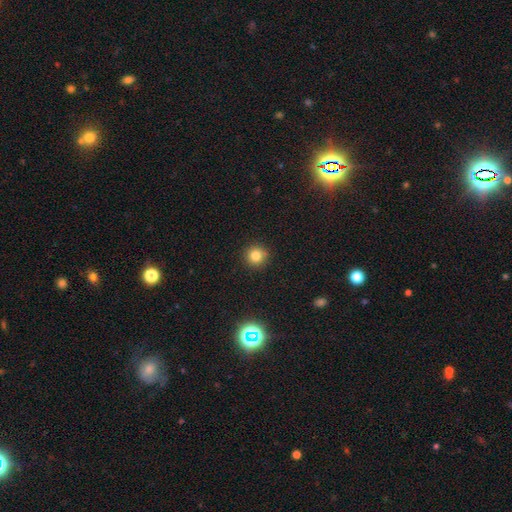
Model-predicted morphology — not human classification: Q: Smooth or featured?
A: smooth (79%); runner-up: star or artifact (15%)
Q: How rounded?
A: round (95%); runner-up: in between (4%)
Q: Merging?
A: none (91%); runner-up: minor disturbance (6%)